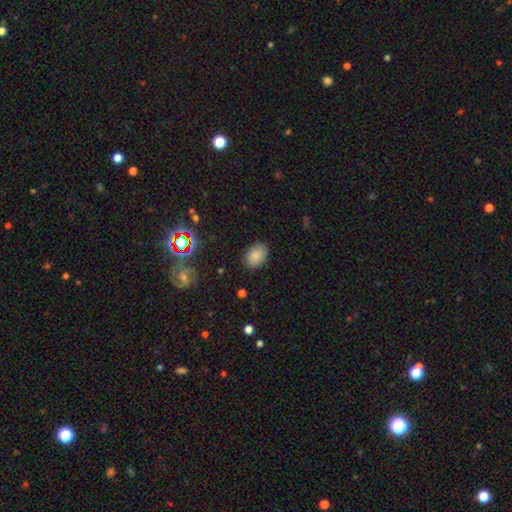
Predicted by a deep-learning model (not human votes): Smooth or featured? smooth (84%)
How rounded? in between (74%)
Merging? none (85%)